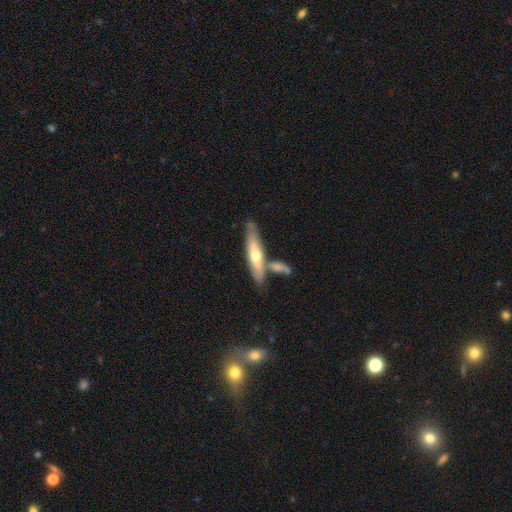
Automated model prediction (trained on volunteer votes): Morphology: type=featured or disk (50%); edge-on=yes (75%); merging=none (59%).